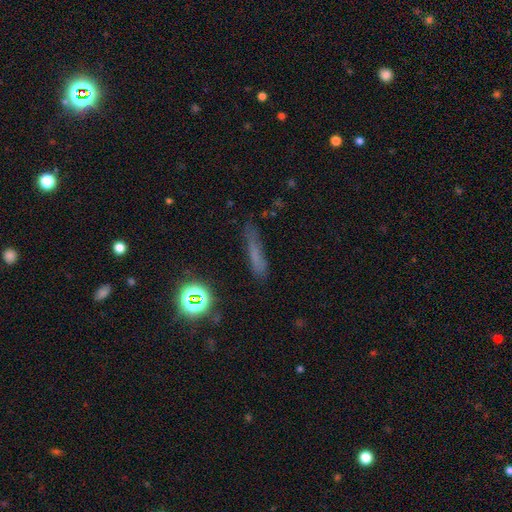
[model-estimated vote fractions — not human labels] This appears to be a smooth galaxy with no disk features (56%) that is cigar-shaped (85%). Merging: none (70%).